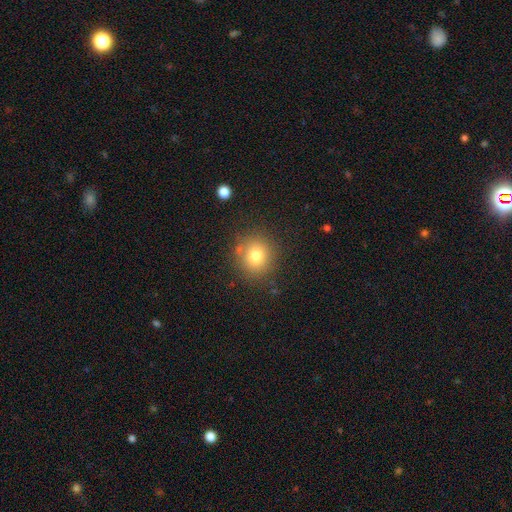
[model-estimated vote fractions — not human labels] Q: Smooth or featured?
A: smooth (76%); runner-up: star or artifact (13%)
Q: How rounded?
A: round (88%); runner-up: in between (11%)
Q: Merging?
A: none (83%); runner-up: minor disturbance (10%)